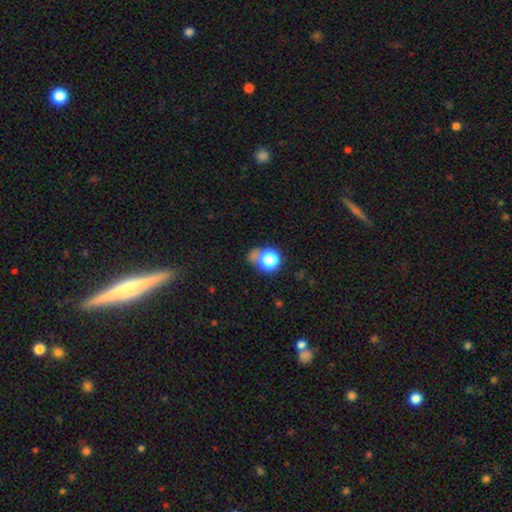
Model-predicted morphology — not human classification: Overall: smooth (58%; star or artifact 32%). How rounded: round (73%). Merging: none (60%).